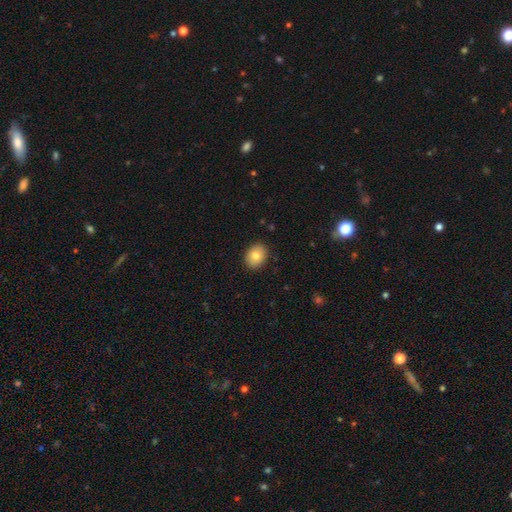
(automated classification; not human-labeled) Q: Smooth or featured?
A: smooth (82%); runner-up: featured or disk (9%)
Q: How rounded?
A: in between (54%); runner-up: round (45%)
Q: Merging?
A: none (89%); runner-up: minor disturbance (8%)